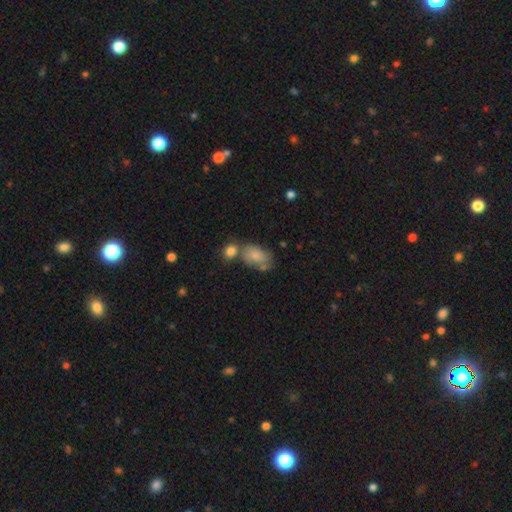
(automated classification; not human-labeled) smooth-or-featured: smooth: 79% | featured or disk: 14% | star or artifact: 8%
  how-rounded: in between: 88% | round: 10% | cigar-shaped: 2%
  merging: none: 41% | merger: 31% | minor disturbance: 20% | major disturbance: 8%